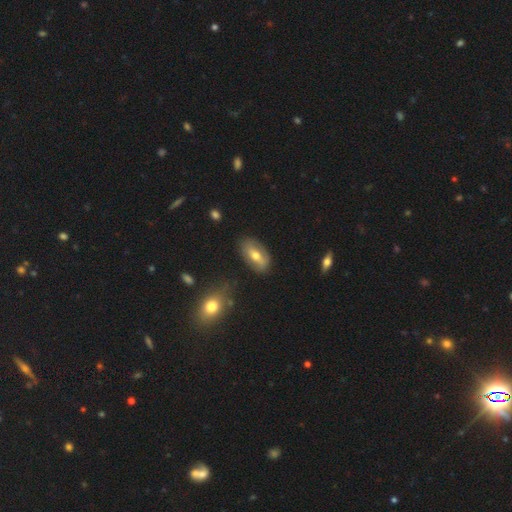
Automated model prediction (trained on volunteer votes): Smooth or featured?
  - smooth: 47% *
  - featured or disk: 46%
  - star or artifact: 7%
Merging?
  - none: 77% *
  - minor disturbance: 16%
  - major disturbance: 4%
  - merger: 2%